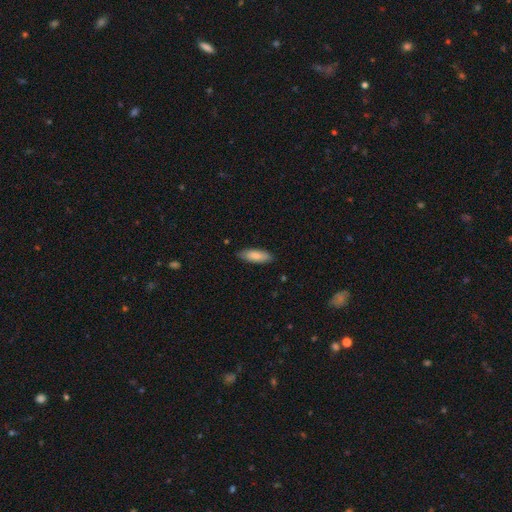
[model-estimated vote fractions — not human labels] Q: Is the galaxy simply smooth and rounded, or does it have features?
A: smooth — 84%.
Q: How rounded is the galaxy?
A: in between — 68%.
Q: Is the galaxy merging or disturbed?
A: none — 83%.